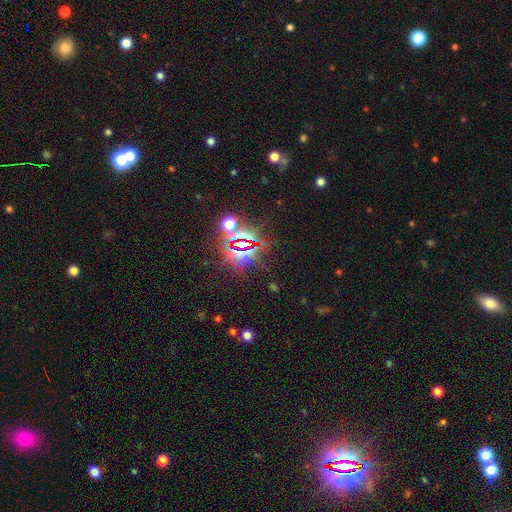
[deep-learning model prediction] Morphology: type=star or artifact (82%).